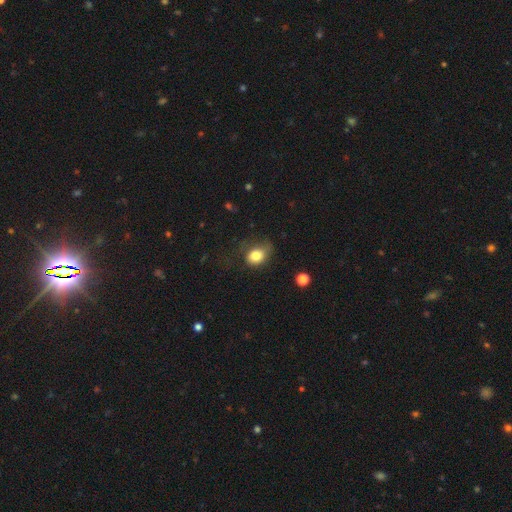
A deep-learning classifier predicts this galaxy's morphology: smooth_or_featured: smooth (p=0.81) [alt: featured or disk p=0.10]
how_rounded: in between (p=0.58) [alt: round p=0.41]
merging: none (p=0.48) [alt: minor disturbance p=0.31]